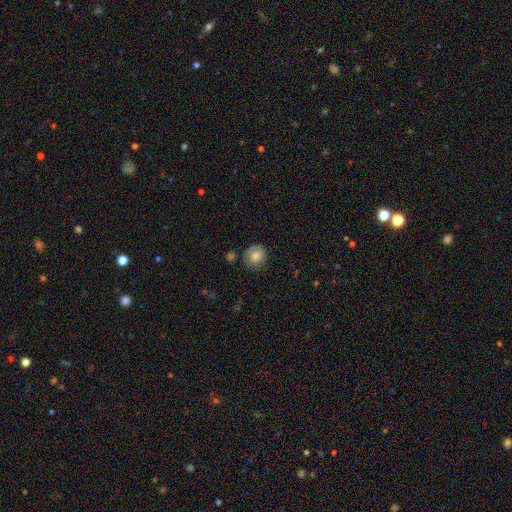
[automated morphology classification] Smooth or featured? Predicted: smooth (p=0.80). How rounded? Predicted: round (p=0.80). Merging? Predicted: none (p=0.70).